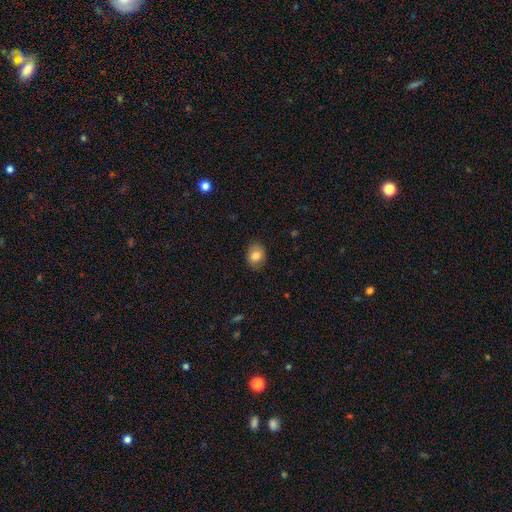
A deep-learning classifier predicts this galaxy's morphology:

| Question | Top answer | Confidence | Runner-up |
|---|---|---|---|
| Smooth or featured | smooth | 81% | featured or disk (10%) |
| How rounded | in between | 53% | round (46%) |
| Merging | none | 87% | minor disturbance (10%) |